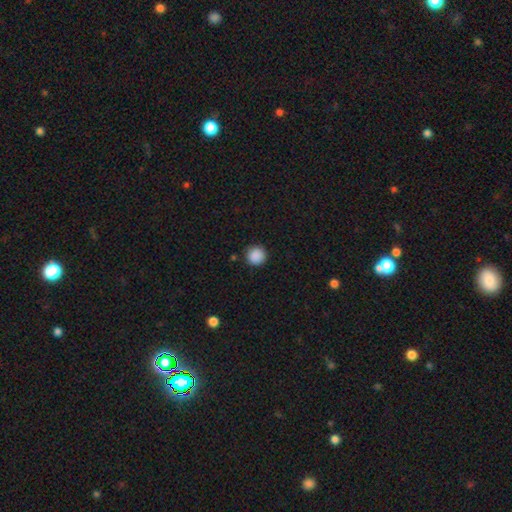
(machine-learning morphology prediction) The model was most divided on "smooth or featured": smooth: 88%, star or artifact: 10%, featured or disk: 2%. More confident: how rounded — round (95%); merging — none (91%).